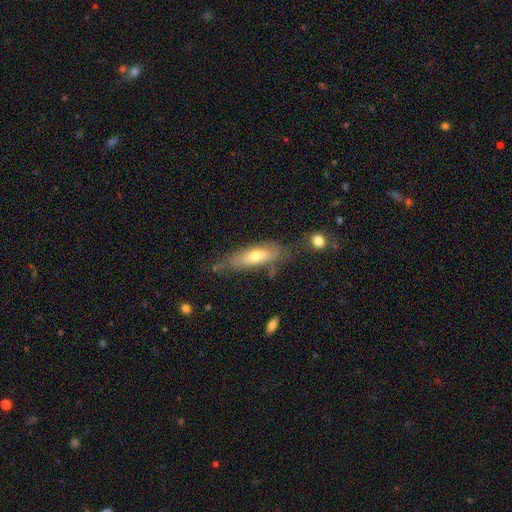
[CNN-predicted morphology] Smooth or featured? smooth (56%)
How rounded? in between (53%)
Merging? none (54%)